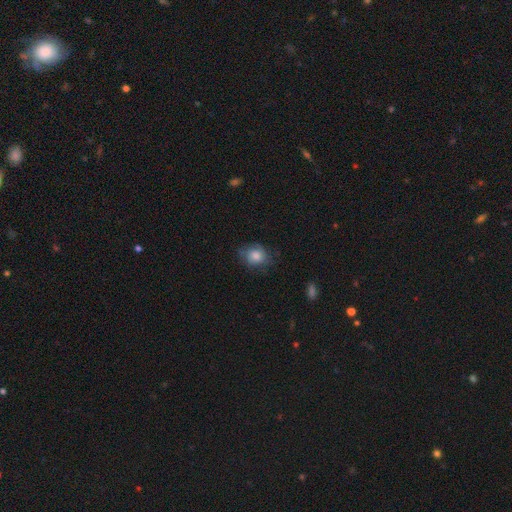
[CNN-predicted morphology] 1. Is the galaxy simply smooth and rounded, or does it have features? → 67% smooth, 23% featured or disk, 10% star or artifact.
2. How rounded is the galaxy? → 67% round, 31% in between, 1% cigar-shaped.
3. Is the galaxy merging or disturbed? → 66% none, 23% minor disturbance, 10% major disturbance, 1% merger.